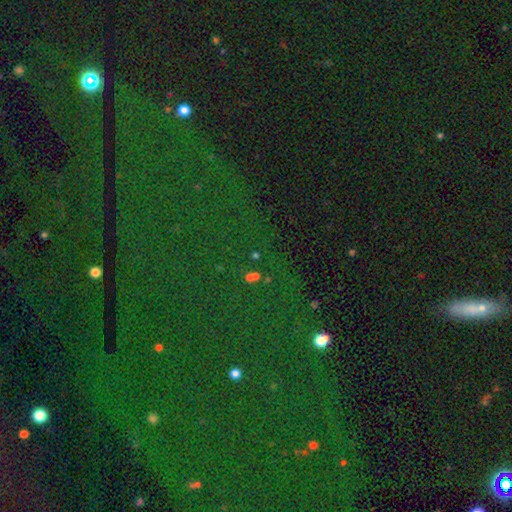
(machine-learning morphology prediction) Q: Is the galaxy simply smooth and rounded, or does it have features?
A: star or artifact — 71%.